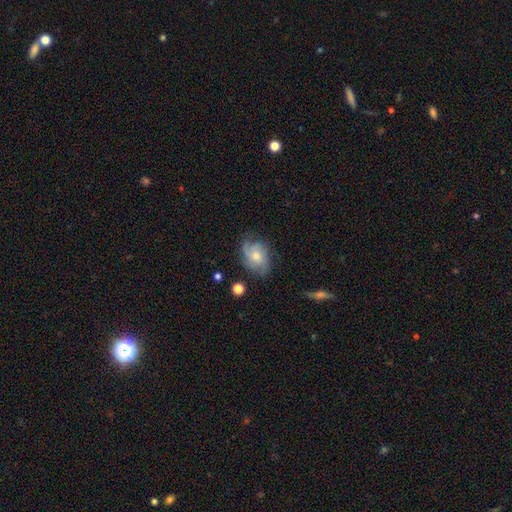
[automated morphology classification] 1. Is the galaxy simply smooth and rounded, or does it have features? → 53% featured or disk, 39% smooth, 8% star or artifact.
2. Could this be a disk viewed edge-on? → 96% no, 4% yes.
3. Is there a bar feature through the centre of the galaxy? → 77% no, 21% weak, 2% strong.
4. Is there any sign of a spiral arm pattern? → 82% yes, 18% no.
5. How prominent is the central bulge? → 56% moderate, 33% small, 5% large, 4% none, 1% dominant.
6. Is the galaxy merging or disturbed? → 57% none, 27% minor disturbance, 14% major disturbance, 2% merger.